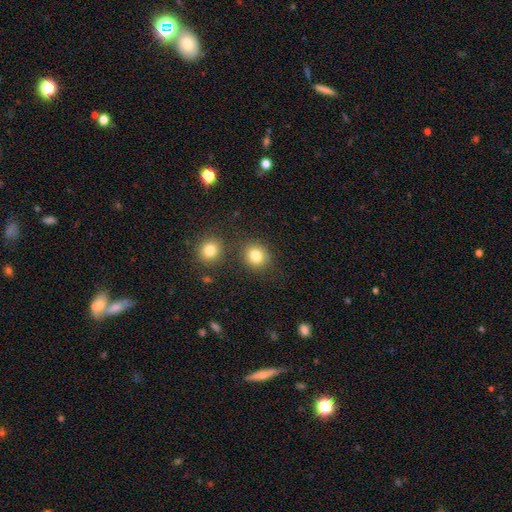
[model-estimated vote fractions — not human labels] smooth-or-featured: smooth: 82% | star or artifact: 11% | featured or disk: 7%
  how-rounded: round: 80% | in between: 19% | cigar-shaped: 1%
  merging: none: 80% | minor disturbance: 9% | merger: 8% | major disturbance: 3%